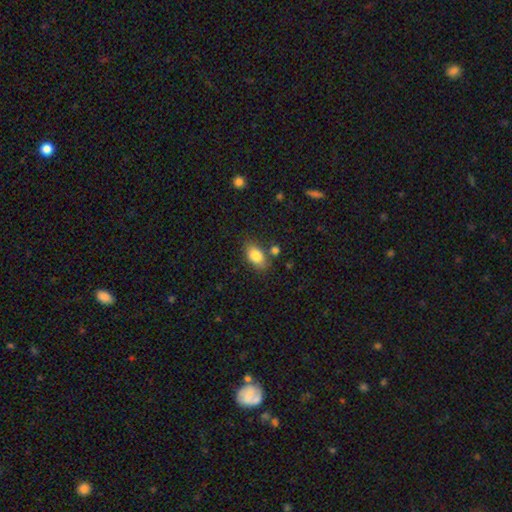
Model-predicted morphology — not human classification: Smooth or featured: smooth — 83% (featured or disk — 9%)
How rounded: in between — 88% (round — 10%)
Merging: none — 76% (minor disturbance — 14%)